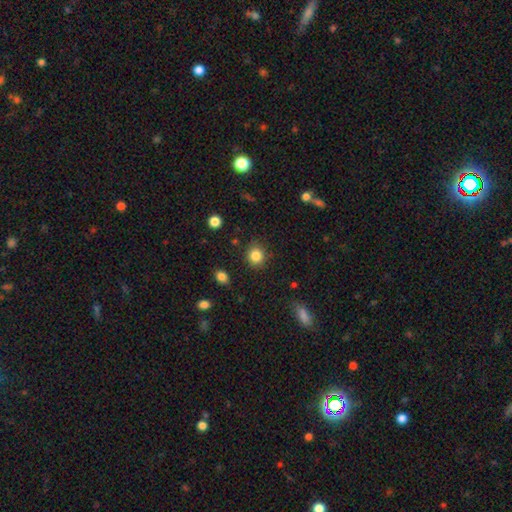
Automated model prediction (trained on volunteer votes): This is clearly a smooth galaxy (85%). How rounded: clearly round (83%). Merging: clearly none (86%).